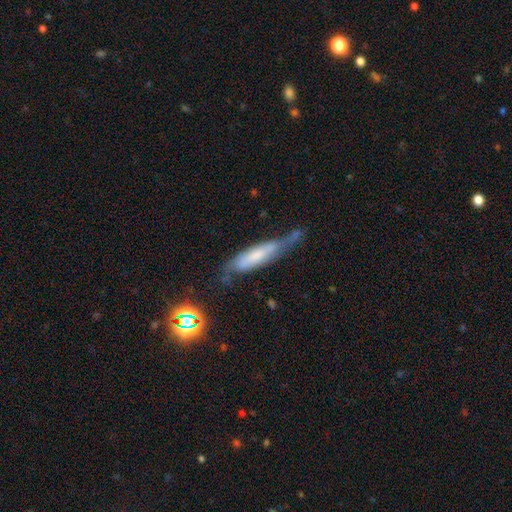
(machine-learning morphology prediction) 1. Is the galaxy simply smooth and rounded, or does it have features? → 50% featured or disk, 41% smooth, 9% star or artifact.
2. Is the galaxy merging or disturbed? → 41% none, 34% minor disturbance, 19% major disturbance, 6% merger.